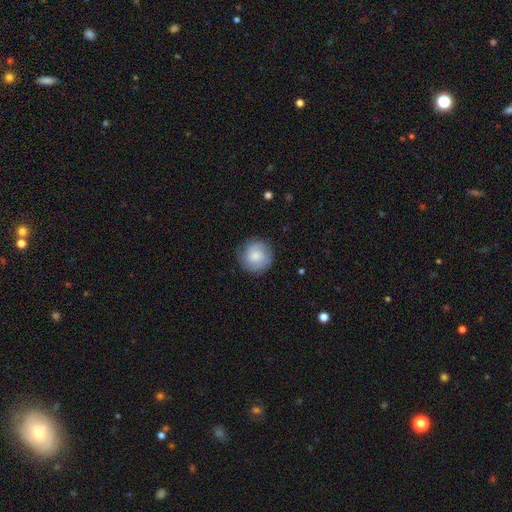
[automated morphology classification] Overall: smooth (71%). How rounded: round (94%). Merging: none (83%).